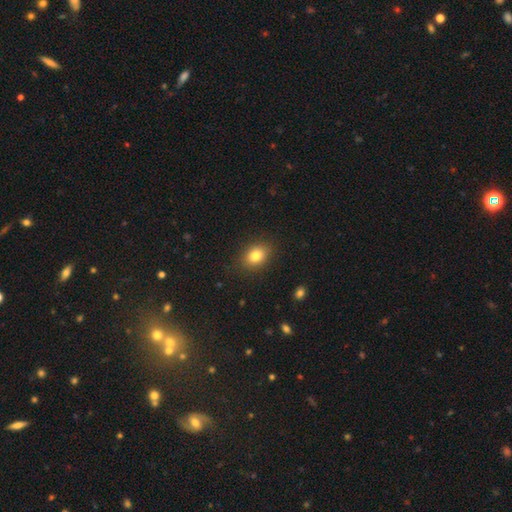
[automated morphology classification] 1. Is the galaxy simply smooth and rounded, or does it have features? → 81% smooth, 10% star or artifact, 8% featured or disk.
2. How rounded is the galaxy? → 64% in between, 34% round, 1% cigar-shaped.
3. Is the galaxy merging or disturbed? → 87% none, 9% minor disturbance, 3% major disturbance, 1% merger.